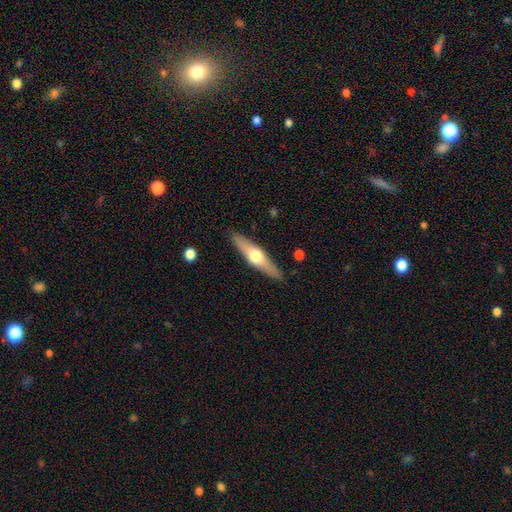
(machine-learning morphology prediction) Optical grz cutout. It shows a featured or disk galaxy (53%) viewed edge-on (91%). Merging: none (88%).